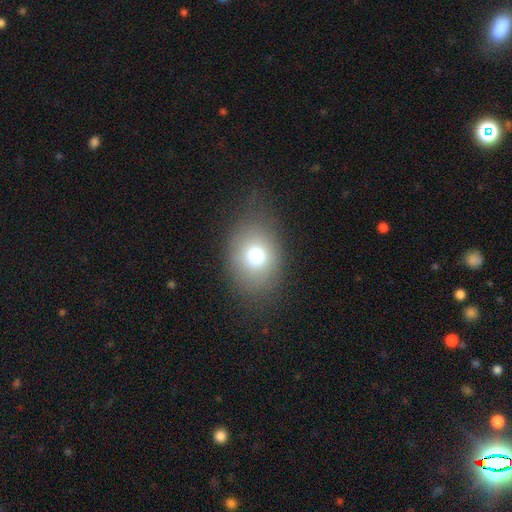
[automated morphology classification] Q: Smooth or featured?
A: smooth (74%); runner-up: star or artifact (14%)
Q: How rounded?
A: in between (51%); runner-up: round (48%)
Q: Merging?
A: none (70%); runner-up: minor disturbance (17%)